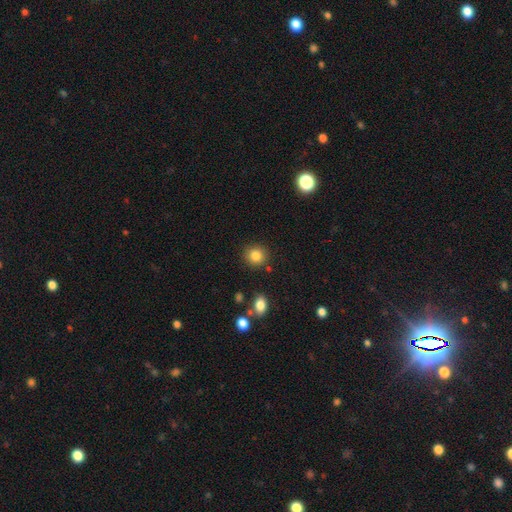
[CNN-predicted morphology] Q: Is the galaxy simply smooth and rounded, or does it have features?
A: smooth — 84%.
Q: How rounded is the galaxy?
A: round — 88%.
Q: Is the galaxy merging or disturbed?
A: none — 86%.